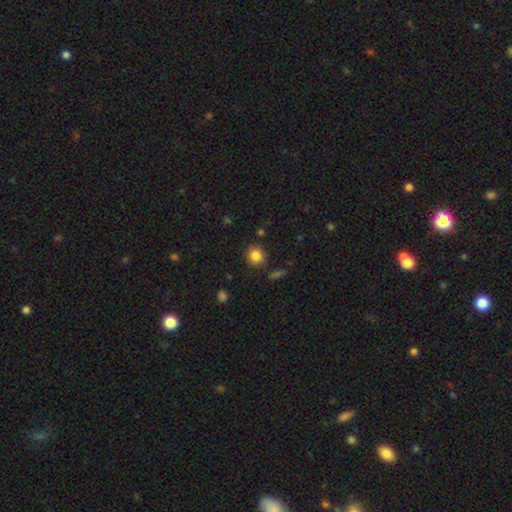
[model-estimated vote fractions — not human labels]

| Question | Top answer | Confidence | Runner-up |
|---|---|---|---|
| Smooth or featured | smooth | 85% | star or artifact (10%) |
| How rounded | round | 89% | in between (10%) |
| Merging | none | 86% | minor disturbance (8%) |